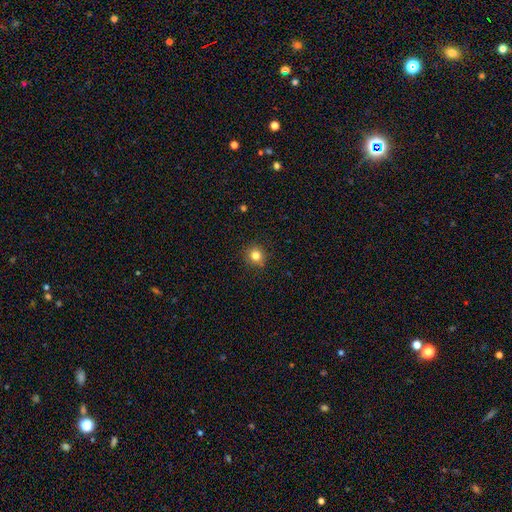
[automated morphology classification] smooth_or_featured: smooth (p=0.82) [alt: star or artifact p=0.12]
how_rounded: round (p=0.89) [alt: in between p=0.10]
merging: none (p=0.90) [alt: minor disturbance p=0.07]